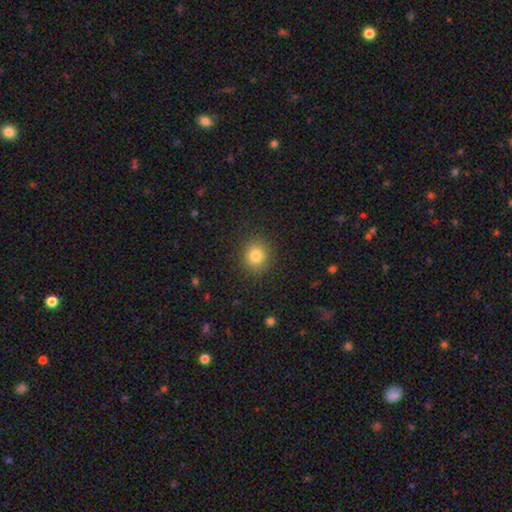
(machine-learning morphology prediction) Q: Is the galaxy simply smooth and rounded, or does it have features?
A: smooth — 82%.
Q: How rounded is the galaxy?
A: round — 87%.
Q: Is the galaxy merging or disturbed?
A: none — 90%.